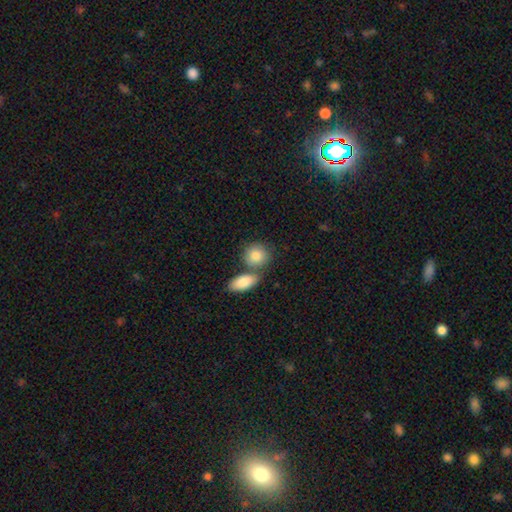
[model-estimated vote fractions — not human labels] Q: Smooth or featured?
A: smooth (85%); runner-up: featured or disk (9%)
Q: How rounded?
A: round (65%); runner-up: in between (33%)
Q: Merging?
A: none (53%); runner-up: merger (33%)